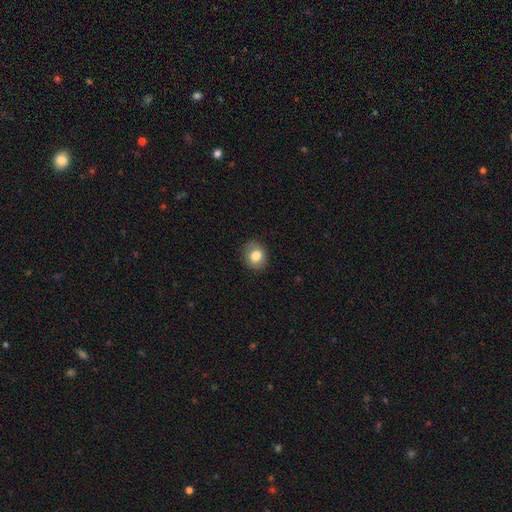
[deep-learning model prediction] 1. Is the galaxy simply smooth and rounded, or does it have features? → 81% smooth, 10% featured or disk, 9% star or artifact.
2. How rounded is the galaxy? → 68% round, 31% in between, 1% cigar-shaped.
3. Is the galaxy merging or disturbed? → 84% none, 12% minor disturbance, 3% major disturbance, 1% merger.